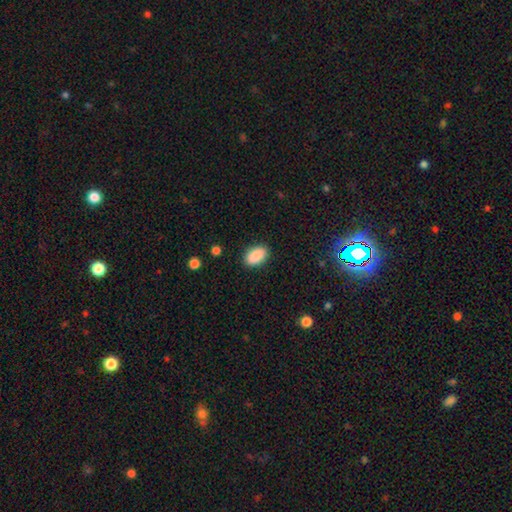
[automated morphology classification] Smooth or featured? Predicted: smooth (p=0.89). How rounded? Predicted: in between (p=0.92). Merging? Predicted: none (p=0.89).